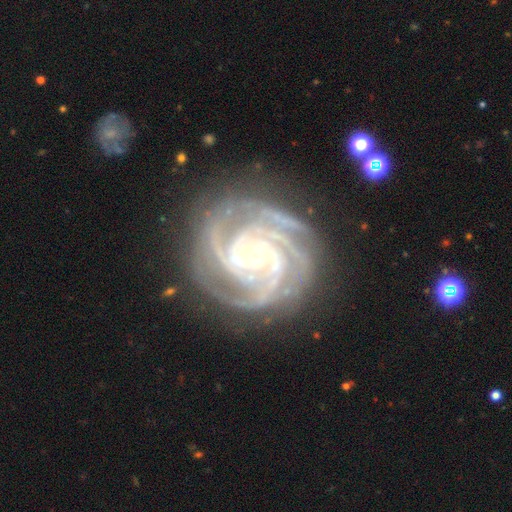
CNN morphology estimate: This is clearly a featured or disk galaxy (93%). It is clearly not viewed edge-on (98%). Bar: possibly no (46%). Spiral arm pattern: clearly yes (99%). Spiral arm count: marginally 3 (36%). Spiral winding: likely tight (76%). Central bulge: possibly moderate (54%). Merging: likely none (79%).